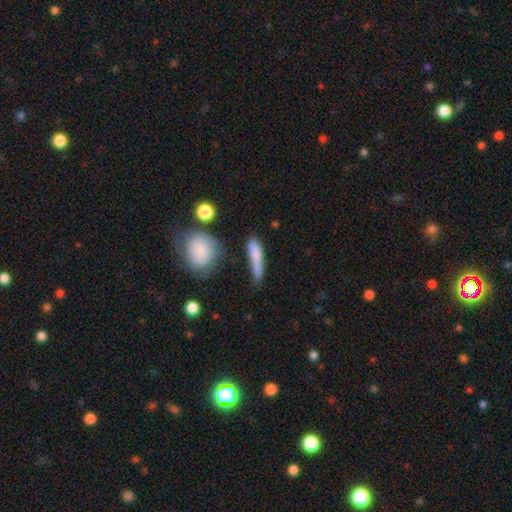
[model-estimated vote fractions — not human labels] Q: Smooth or featured?
A: smooth (76%); runner-up: featured or disk (16%)
Q: How rounded?
A: cigar-shaped (76%); runner-up: in between (20%)
Q: Merging?
A: none (55%); runner-up: minor disturbance (27%)